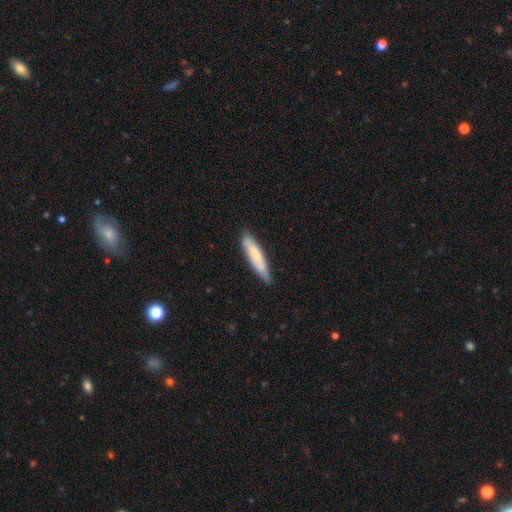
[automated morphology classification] Smooth or featured? Predicted: smooth (p=0.69). How rounded? Predicted: cigar-shaped (p=0.79). Merging? Predicted: none (p=0.77).